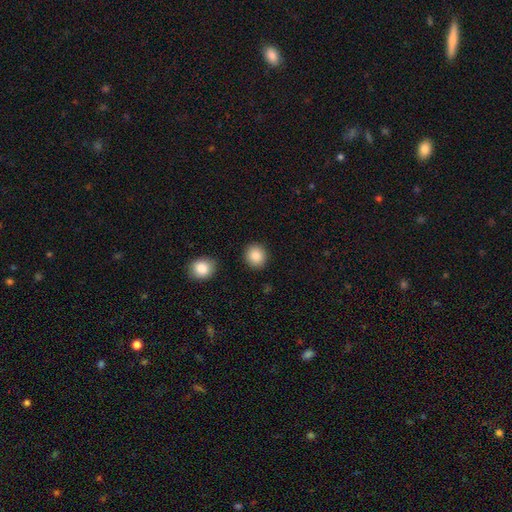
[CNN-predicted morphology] A smooth galaxy with no disk features (87%) that is round (86%).

Vote fractions:
- Smooth or featured? smooth: 87% / star or artifact: 8% / featured or disk: 4%
- How rounded? round: 86% / in between: 13% / cigar-shaped: 1%
- Merging? none: 89% / minor disturbance: 6% / merger: 2% / major disturbance: 2%